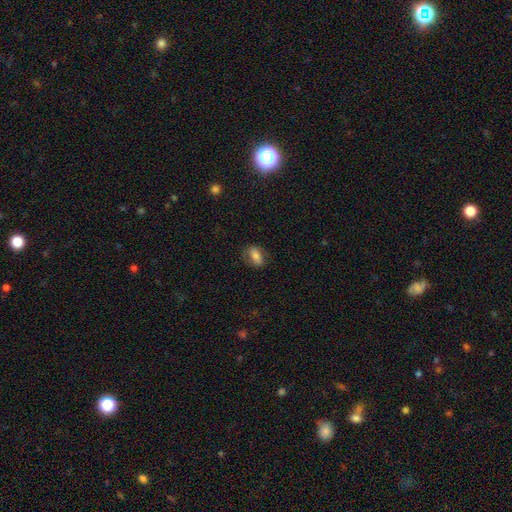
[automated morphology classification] This is likely a smooth galaxy (73%). How rounded: clearly in between (81%). Merging: likely none (78%).